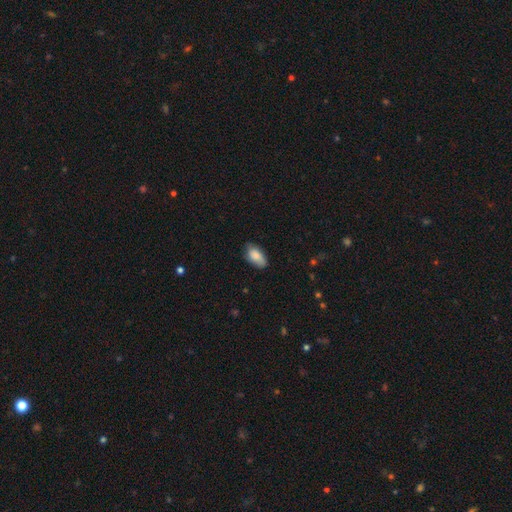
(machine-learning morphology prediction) Smooth or featured? Predicted: smooth (p=0.84). How rounded? Predicted: in between (p=0.93). Merging? Predicted: none (p=0.72).